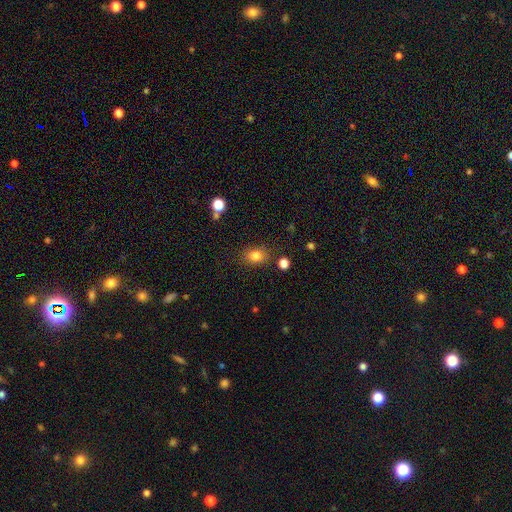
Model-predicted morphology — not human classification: Smooth or featured? Predicted: smooth (p=0.82). How rounded? Predicted: in between (p=0.57). Merging? Predicted: none (p=0.81).